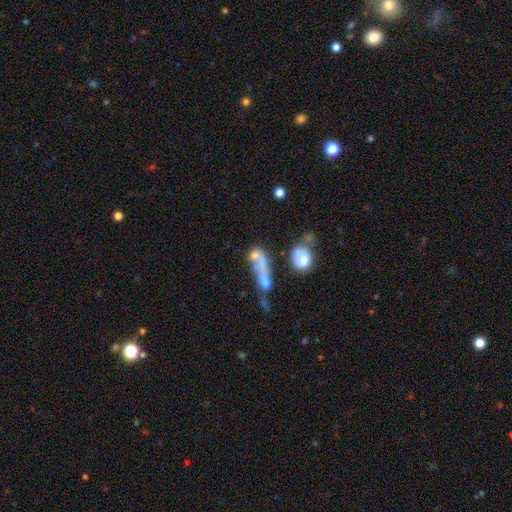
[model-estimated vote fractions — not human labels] Morphology: type=smooth (58%); roundness=in between (43%); merging=merger (45%).